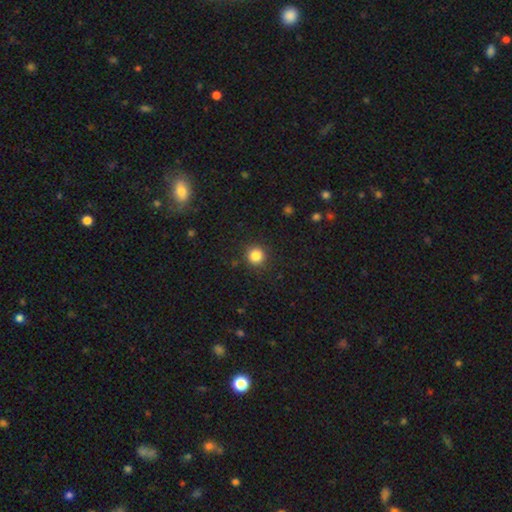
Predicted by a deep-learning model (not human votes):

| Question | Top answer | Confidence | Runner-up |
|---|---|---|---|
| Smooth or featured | smooth | 84% | star or artifact (12%) |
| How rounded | round | 95% | in between (4%) |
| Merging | none | 91% | minor disturbance (6%) |